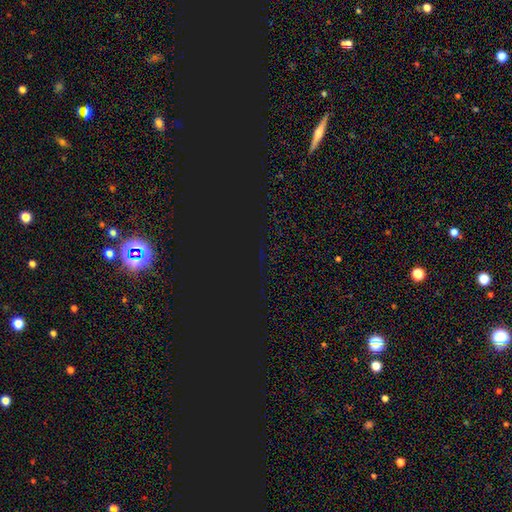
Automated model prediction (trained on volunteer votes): Smooth or featured? Predicted: star or artifact (p=0.83).